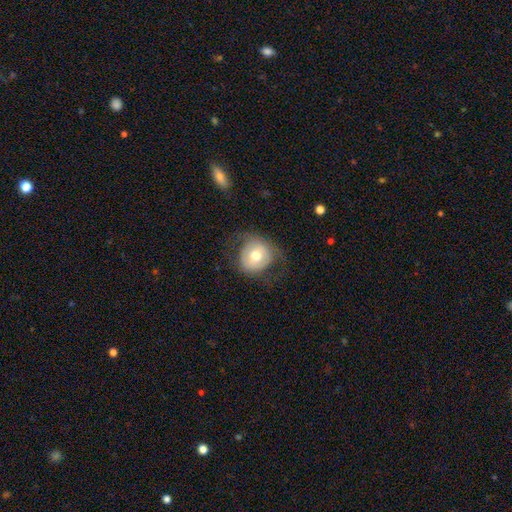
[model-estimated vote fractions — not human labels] A smooth galaxy with no disk features (56%) that is round (82%). Merging: none (61%).